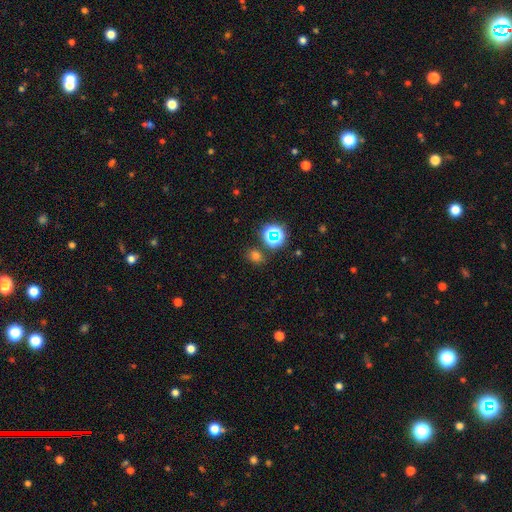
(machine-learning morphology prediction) Smooth or featured?
  - smooth: 65% *
  - star or artifact: 29%
  - featured or disk: 6%
How rounded?
  - round: 60% *
  - in between: 39%
  - cigar-shaped: 1%
Merging?
  - none: 79% *
  - minor disturbance: 11%
  - merger: 6%
  - major disturbance: 4%